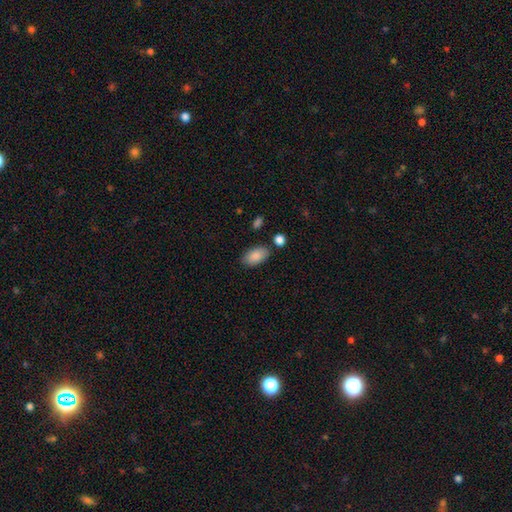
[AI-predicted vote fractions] Smooth or featured: smooth — 88% (star or artifact — 7%)
How rounded: in between — 93% (round — 5%)
Merging: none — 80% (minor disturbance — 13%)